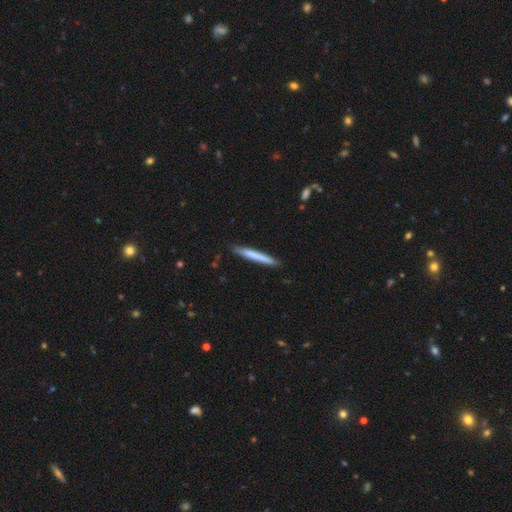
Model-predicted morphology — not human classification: This appears to be a smooth galaxy with no disk features (70%) that is cigar-shaped (96%). Merging: none (87%).